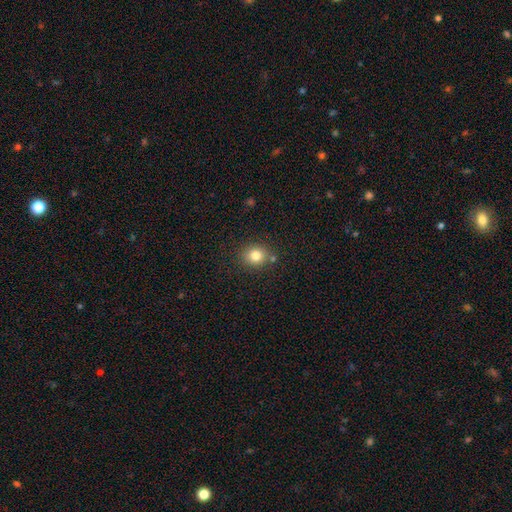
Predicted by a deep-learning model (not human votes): smooth_or_featured: smooth (p=0.81) [alt: star or artifact p=0.12]
how_rounded: round (p=0.78) [alt: in between p=0.21]
merging: none (p=0.82) [alt: minor disturbance p=0.10]